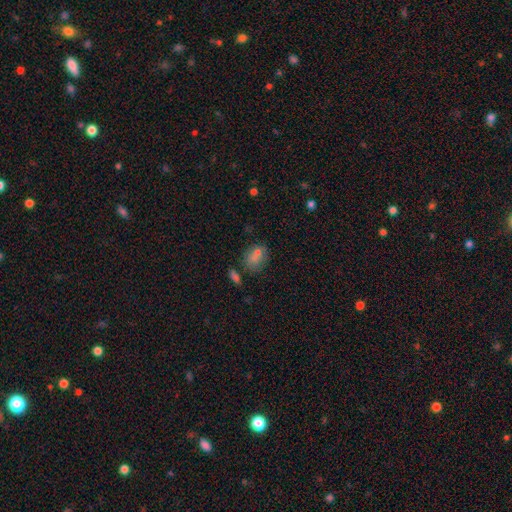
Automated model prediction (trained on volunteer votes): Smooth or featured?
  - smooth: 75% *
  - featured or disk: 13%
  - star or artifact: 12%
How rounded?
  - in between: 57% *
  - round: 41%
  - cigar-shaped: 2%
Merging?
  - none: 50% *
  - merger: 21%
  - minor disturbance: 20%
  - major disturbance: 8%